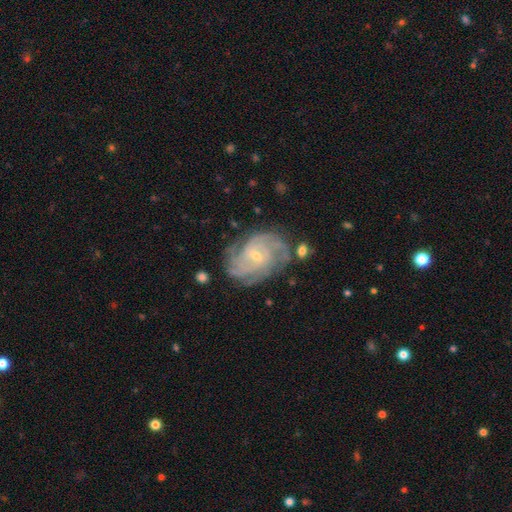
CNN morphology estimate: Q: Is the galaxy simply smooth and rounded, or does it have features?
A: featured or disk — 87%.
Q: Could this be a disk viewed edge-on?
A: no — 97%.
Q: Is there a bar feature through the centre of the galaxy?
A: no — 50%.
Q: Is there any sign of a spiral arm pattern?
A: yes — 97%.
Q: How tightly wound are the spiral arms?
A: tight — 64%.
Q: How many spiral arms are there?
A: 4 — 26%.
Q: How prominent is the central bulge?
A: small — 70%.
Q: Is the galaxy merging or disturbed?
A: none — 73%.